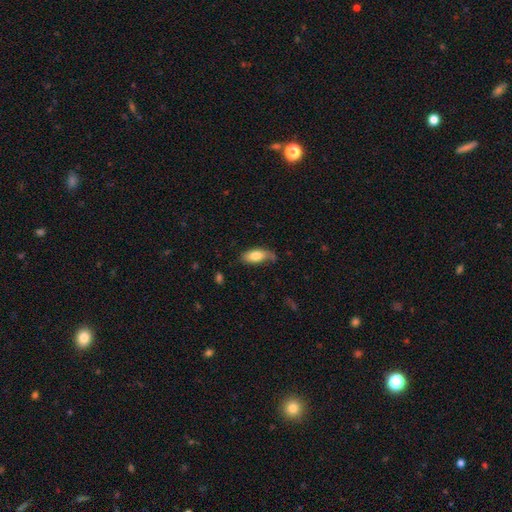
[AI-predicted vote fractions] Smooth or featured?
  - smooth: 80% *
  - featured or disk: 14%
  - star or artifact: 6%
How rounded?
  - in between: 86% *
  - cigar-shaped: 12%
  - round: 3%
Merging?
  - none: 60% *
  - minor disturbance: 29%
  - major disturbance: 8%
  - merger: 3%